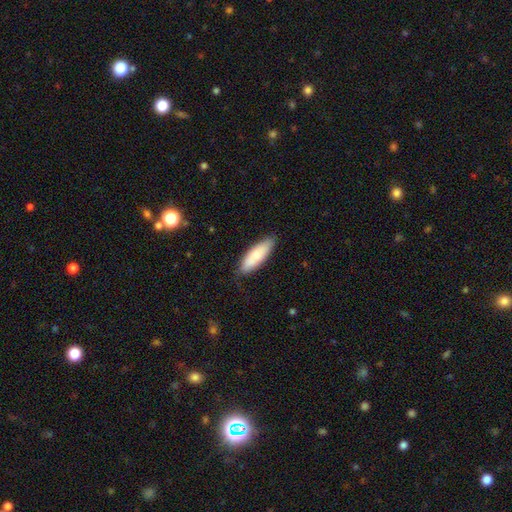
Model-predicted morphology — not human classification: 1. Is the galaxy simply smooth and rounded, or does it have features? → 80% smooth, 14% featured or disk, 6% star or artifact.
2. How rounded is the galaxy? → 58% in between, 40% cigar-shaped, 2% round.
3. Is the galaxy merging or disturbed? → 80% none, 16% minor disturbance, 3% major disturbance, 1% merger.